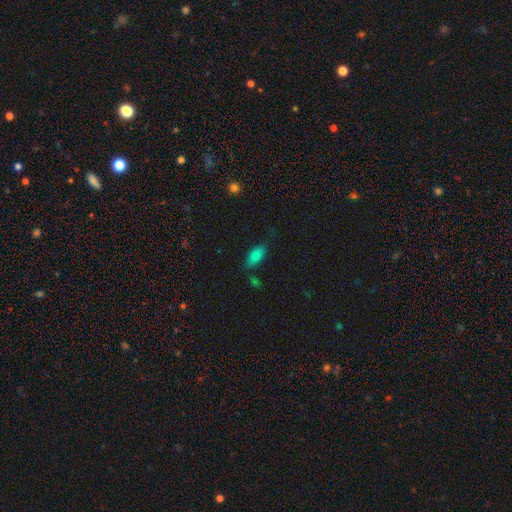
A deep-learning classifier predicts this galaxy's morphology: Smooth or featured?
  - smooth: 83% *
  - star or artifact: 9%
  - featured or disk: 8%
How rounded?
  - in between: 87% *
  - cigar-shaped: 11%
  - round: 3%
Merging?
  - none: 72% *
  - minor disturbance: 19%
  - major disturbance: 4%
  - merger: 4%